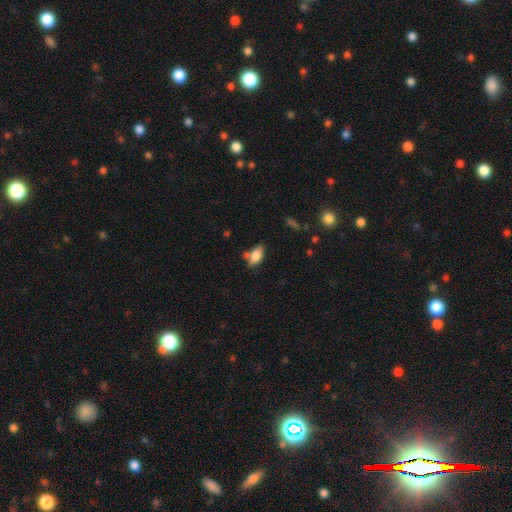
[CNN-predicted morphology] smooth-or-featured: smooth: 80% | featured or disk: 12% | star or artifact: 8%
  how-rounded: in between: 88% | cigar-shaped: 8% | round: 4%
  merging: none: 61% | minor disturbance: 20% | merger: 14% | major disturbance: 5%